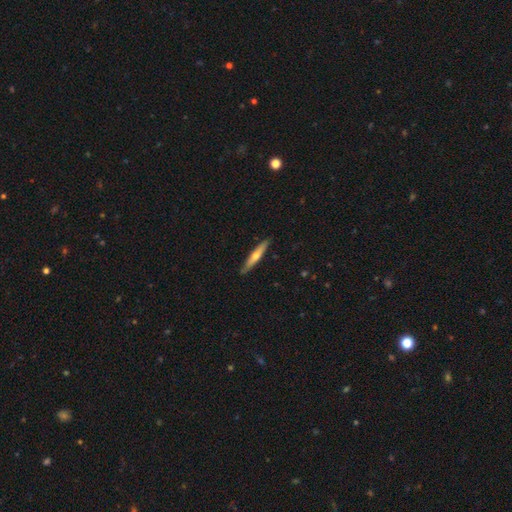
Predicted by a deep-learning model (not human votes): Overall: featured or disk (48%; smooth 47%). Merging: none (88%).